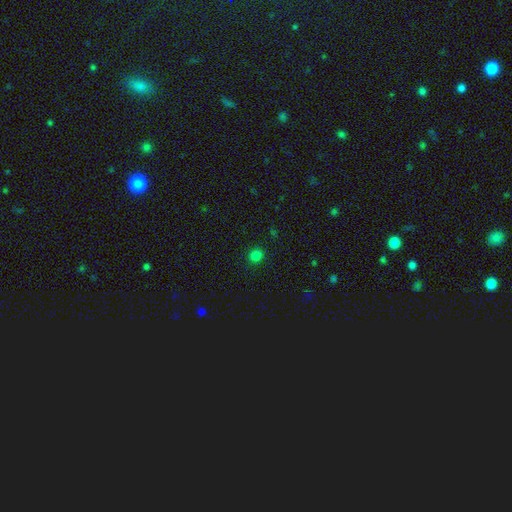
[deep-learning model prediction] A smooth galaxy with no disk features (81%) that is round (85%).

Vote fractions:
- Smooth or featured? smooth: 81% / star or artifact: 16% / featured or disk: 3%
- How rounded? round: 85% / in between: 14% / cigar-shaped: 1%
- Merging? none: 90% / minor disturbance: 7% / major disturbance: 2% / merger: 1%